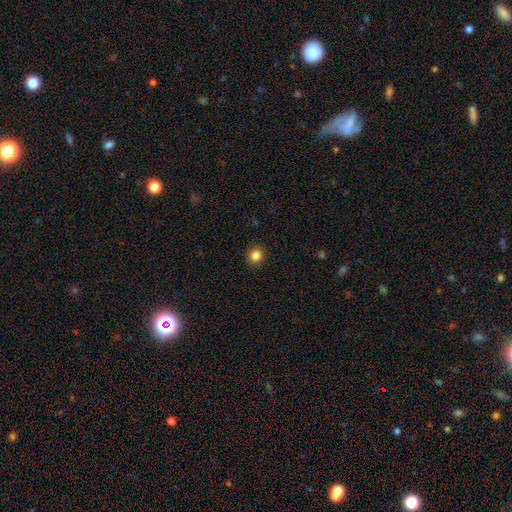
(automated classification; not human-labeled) Smooth or featured? smooth (85%)
How rounded? round (89%)
Merging? none (91%)